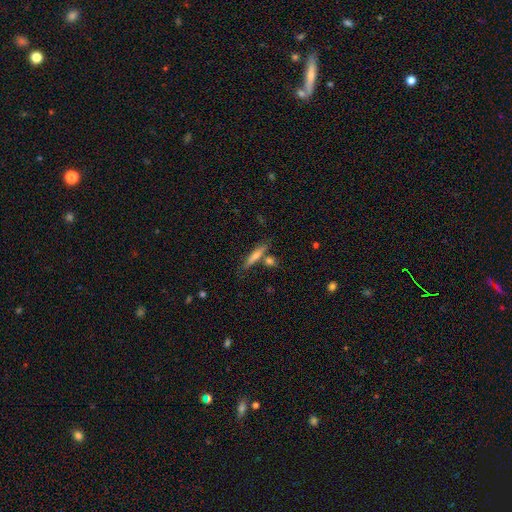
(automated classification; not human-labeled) Q: Smooth or featured?
A: smooth (55%); runner-up: featured or disk (37%)
Q: How rounded?
A: cigar-shaped (87%); runner-up: in between (11%)
Q: Merging?
A: none (73%); runner-up: merger (12%)